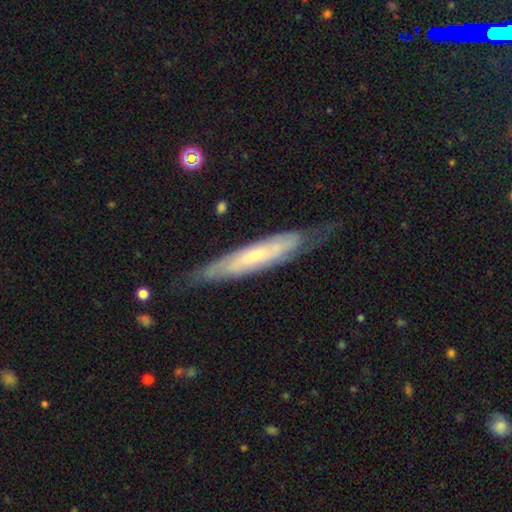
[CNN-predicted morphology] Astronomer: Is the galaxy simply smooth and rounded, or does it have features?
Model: featured or disk — 67%.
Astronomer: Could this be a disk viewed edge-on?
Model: yes — 52% (runner-up: no, 48%).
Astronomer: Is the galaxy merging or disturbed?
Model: none — 70%.